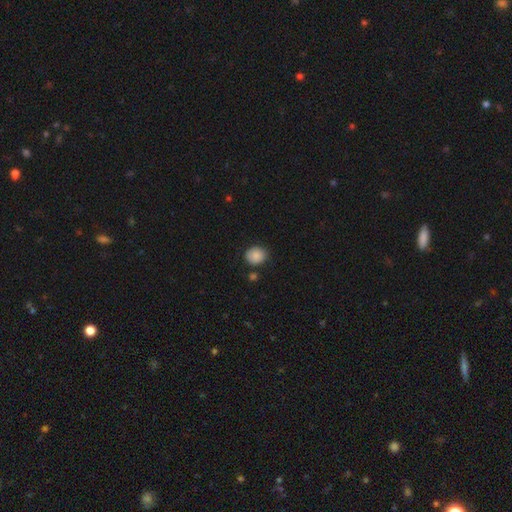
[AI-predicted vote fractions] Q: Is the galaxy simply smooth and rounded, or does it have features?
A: smooth — 86%.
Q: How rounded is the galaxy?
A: round — 73%.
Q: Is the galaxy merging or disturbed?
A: none — 80%.